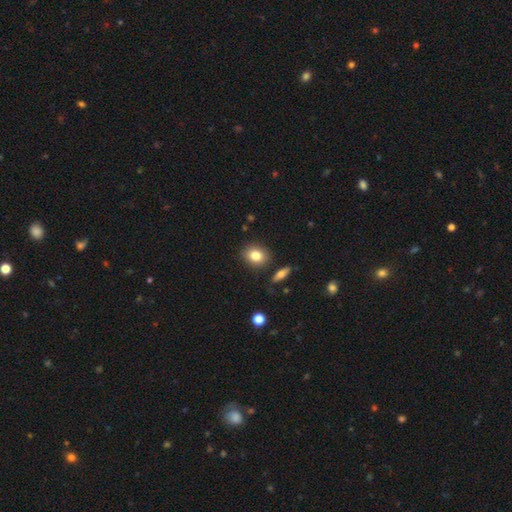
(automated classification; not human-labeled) Smooth or featured: smooth — 82% (featured or disk — 9%)
How rounded: round — 54% (in between — 44%)
Merging: none — 86% (minor disturbance — 9%)